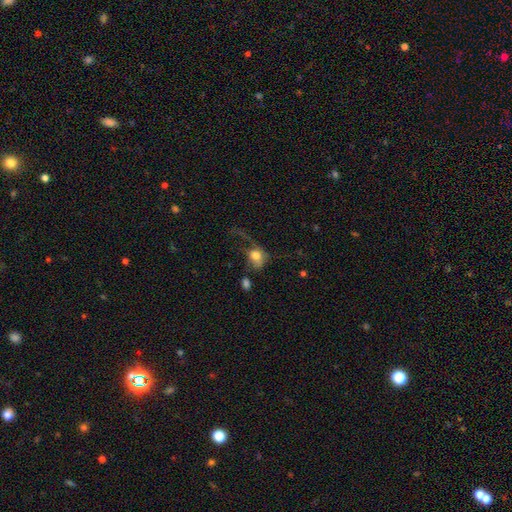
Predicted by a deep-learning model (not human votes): A smooth galaxy with no disk features (63%) that is round (51%).

Vote fractions:
- Smooth or featured? smooth: 63% / featured or disk: 27% / star or artifact: 10%
- How rounded? round: 51% / in between: 47% / cigar-shaped: 3%
- Merging? major disturbance: 57% / none: 20% / minor disturbance: 15% / merger: 8%